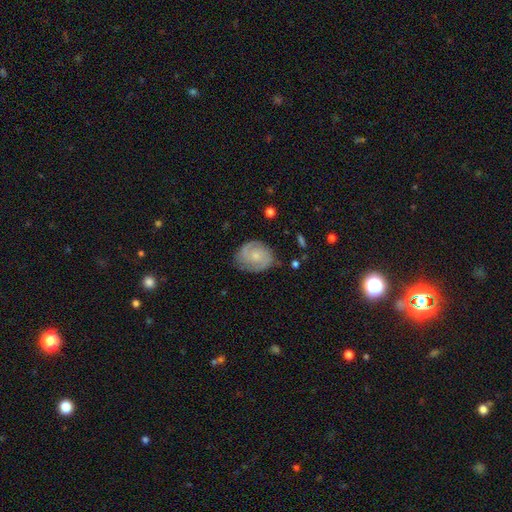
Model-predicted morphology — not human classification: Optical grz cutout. It shows a featured or disk galaxy (67%) with no bar (72%), 2 (66%) tight (48%) spiral arms (91%) and a small central bulge (61%). Merging: none (73%).